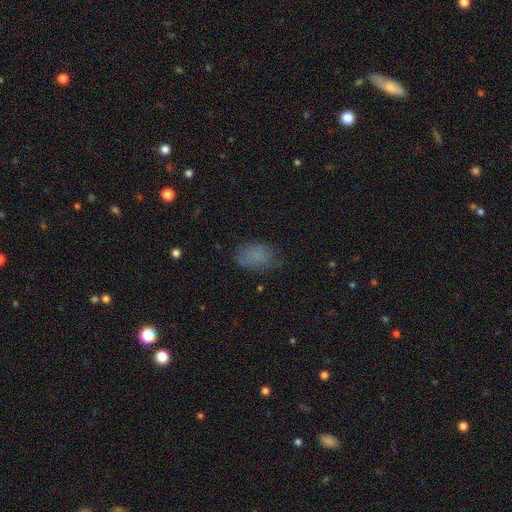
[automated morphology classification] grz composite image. It shows a smooth galaxy with no disk features (78%) that is in between round and cigar-shaped (85%). Merging: none (68%).